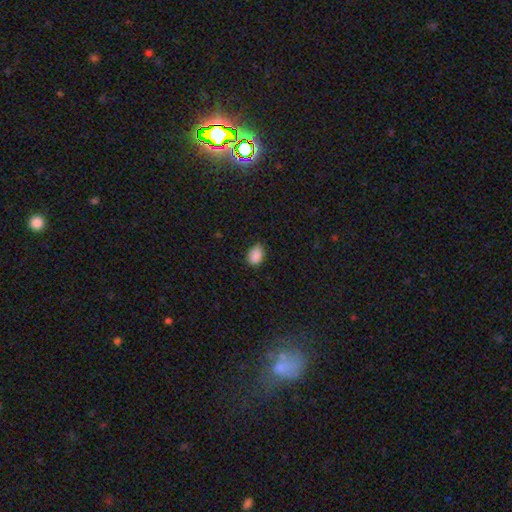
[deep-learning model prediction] A smooth galaxy with no disk features (88%) that is in between round and cigar-shaped (75%).

Vote fractions:
- Smooth or featured? smooth: 88% / star or artifact: 9% / featured or disk: 3%
- How rounded? in between: 75% / round: 23% / cigar-shaped: 1%
- Merging? none: 71% / minor disturbance: 24% / major disturbance: 3% / merger: 1%